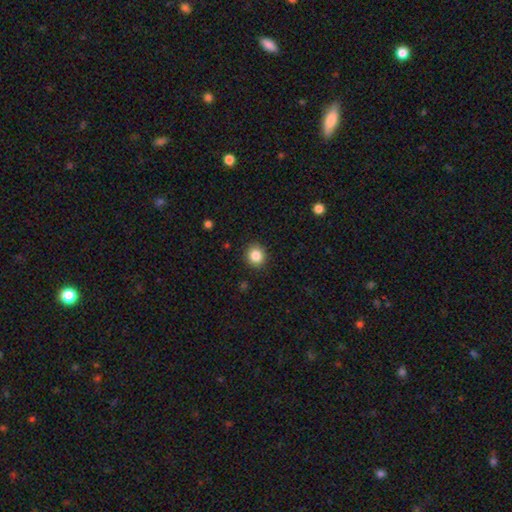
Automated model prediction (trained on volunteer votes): A smooth galaxy with no disk features (85%) that is round (88%).

Vote fractions:
- Smooth or featured? smooth: 85% / star or artifact: 10% / featured or disk: 5%
- How rounded? round: 88% / in between: 11% / cigar-shaped: 1%
- Merging? none: 91% / minor disturbance: 6% / major disturbance: 2% / merger: 1%